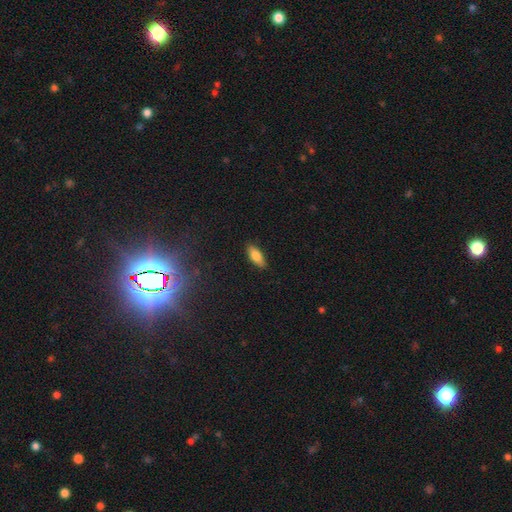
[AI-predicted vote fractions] smooth-or-featured: smooth: 77% | featured or disk: 16% | star or artifact: 7%
  how-rounded: in between: 75% | cigar-shaped: 23% | round: 2%
  merging: none: 87% | minor disturbance: 10% | major disturbance: 2% | merger: 1%